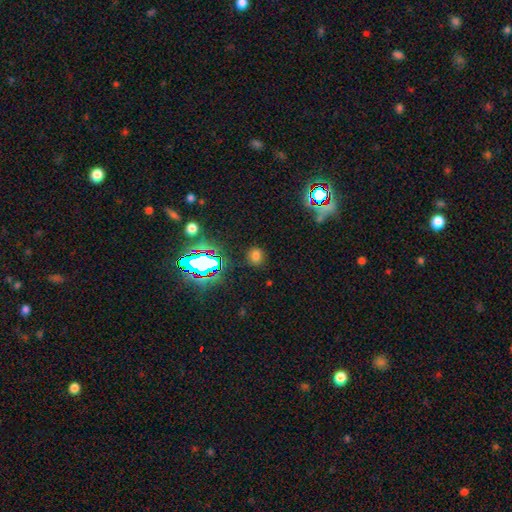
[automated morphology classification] Smooth or featured? Predicted: smooth (p=0.66). How rounded? Predicted: round (p=0.65). Merging? Predicted: none (p=0.85).